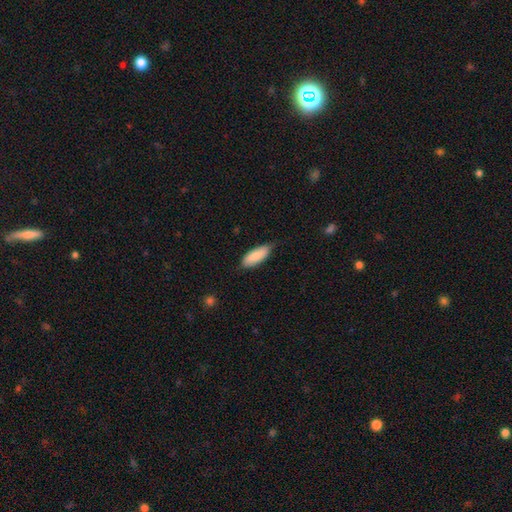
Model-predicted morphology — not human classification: This is clearly a smooth galaxy (87%). How rounded: likely in between (75%). Merging: likely none (72%).